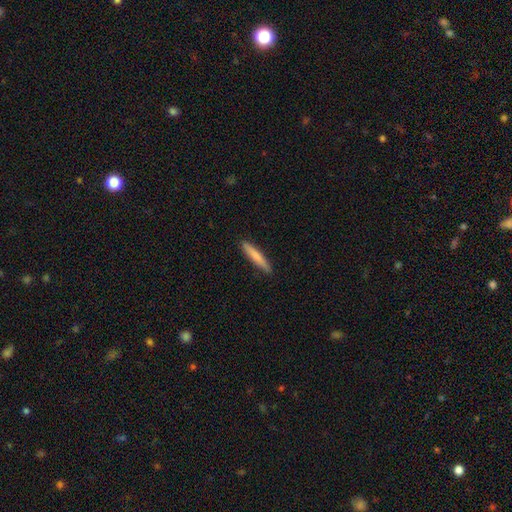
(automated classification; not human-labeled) A smooth galaxy with no disk features (78%) that is cigar-shaped (92%).

Vote fractions:
- Smooth or featured? smooth: 78% / featured or disk: 17% / star or artifact: 5%
- How rounded? cigar-shaped: 92% / in between: 6% / round: 1%
- Merging? none: 90% / minor disturbance: 8% / major disturbance: 2% / merger: 1%